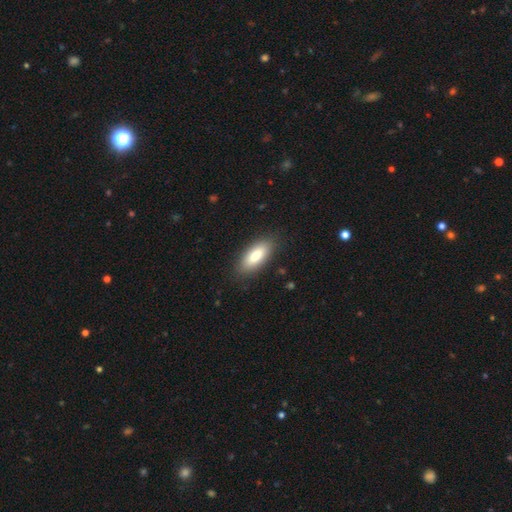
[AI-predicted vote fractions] This is clearly a smooth galaxy (82%). How rounded: likely in between (80%). Merging: clearly none (86%).